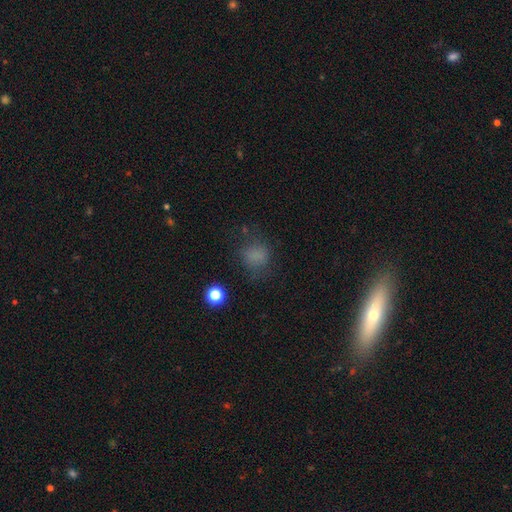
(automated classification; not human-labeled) Overall: smooth (73%). How rounded: round (71%). Merging: none (65%).